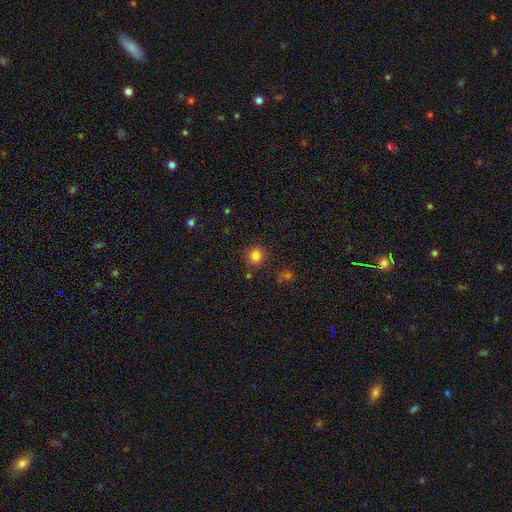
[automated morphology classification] The model was most divided on "smooth or featured": smooth: 81%, star or artifact: 14%, featured or disk: 6%. More confident: how rounded — round (90%); merging — none (80%).